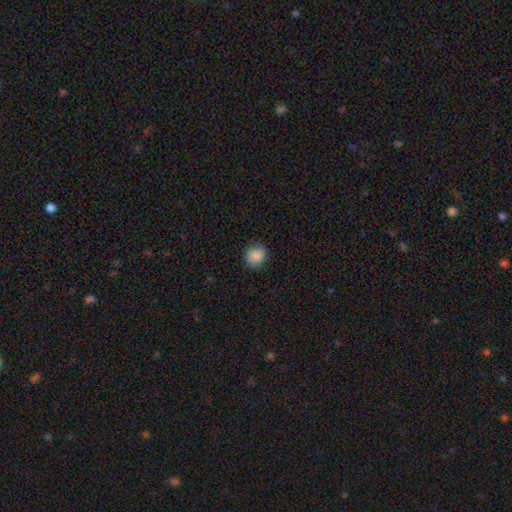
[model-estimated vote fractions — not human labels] smooth 87%, star or artifact 9%, featured or disk 4%. Down the decision tree: how rounded — round (84%); merging — none (84%).